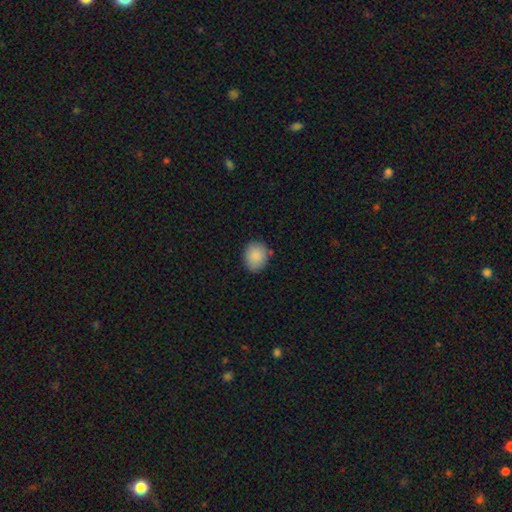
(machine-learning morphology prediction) A smooth galaxy with no disk features (88%) that is round (60%).

Vote fractions:
- Smooth or featured? smooth: 88% / star or artifact: 7% / featured or disk: 5%
- How rounded? round: 60% / in between: 39% / cigar-shaped: 1%
- Merging? none: 82% / minor disturbance: 14% / major disturbance: 3% / merger: 2%